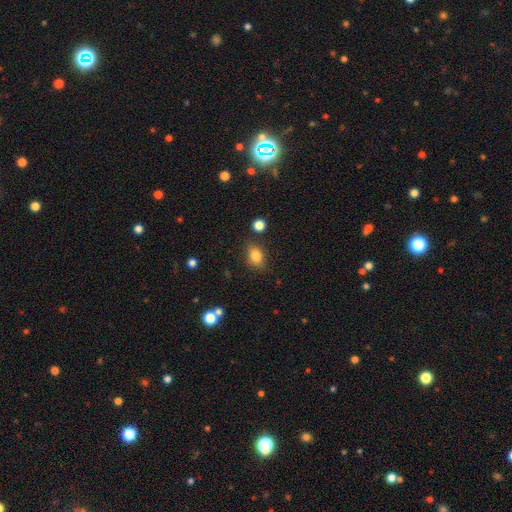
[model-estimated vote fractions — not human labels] smooth-or-featured: smooth: 81% | star or artifact: 10% | featured or disk: 9%
  how-rounded: in between: 73% | round: 24% | cigar-shaped: 2%
  merging: none: 78% | minor disturbance: 15% | major disturbance: 4% | merger: 4%